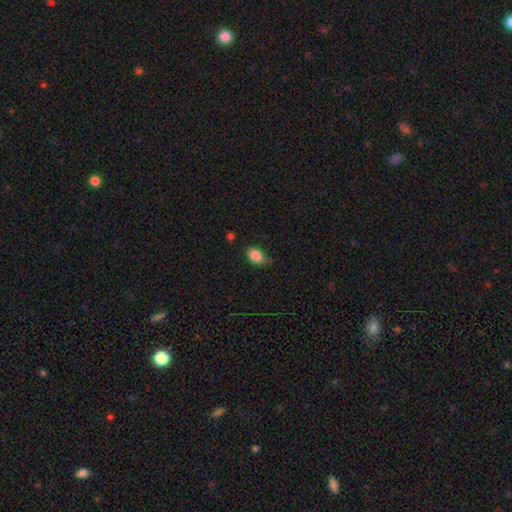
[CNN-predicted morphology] A smooth galaxy with no disk features (85%) that is in between round and cigar-shaped (80%). Merging: none (71%).